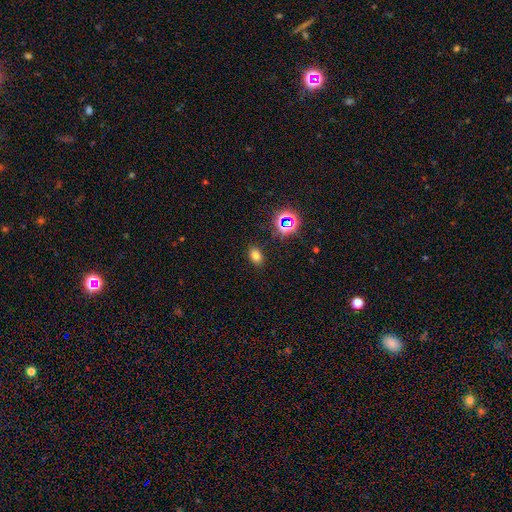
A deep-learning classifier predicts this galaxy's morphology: smooth-or-featured: smooth: 74% | star or artifact: 19% | featured or disk: 7%
  how-rounded: in between: 74% | round: 24% | cigar-shaped: 1%
  merging: none: 87% | minor disturbance: 9% | major disturbance: 3% | merger: 2%